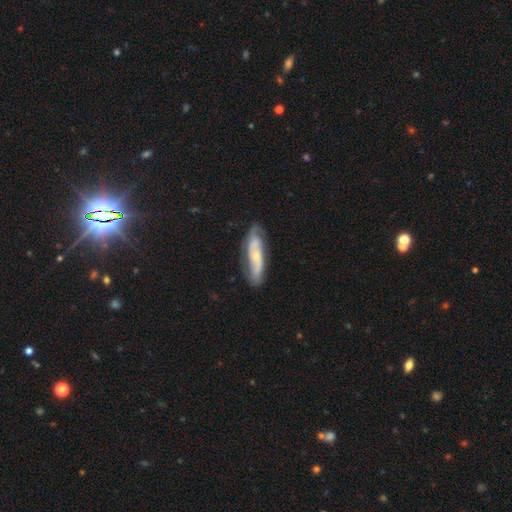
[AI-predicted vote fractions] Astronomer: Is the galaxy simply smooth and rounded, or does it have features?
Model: featured or disk — 68%.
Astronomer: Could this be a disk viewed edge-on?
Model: no — 76%.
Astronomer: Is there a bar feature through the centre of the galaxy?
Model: no — 61%.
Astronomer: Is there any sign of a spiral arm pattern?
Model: yes — 86%.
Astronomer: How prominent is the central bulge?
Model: small — 61%.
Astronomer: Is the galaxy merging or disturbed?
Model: none — 76%.